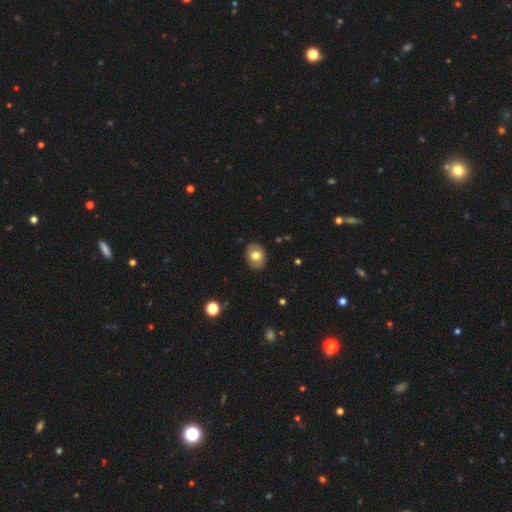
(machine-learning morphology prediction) Smooth or featured? smooth (63%)
How rounded? in between (56%)
Merging? none (81%)